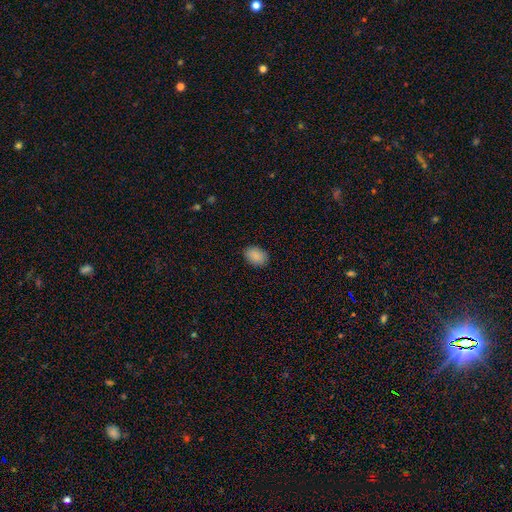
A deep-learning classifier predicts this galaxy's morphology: The model was most divided on "how rounded": in between: 81%, round: 18%, cigar-shaped: 1%. More confident: smooth or featured — smooth (89%); merging — none (87%).